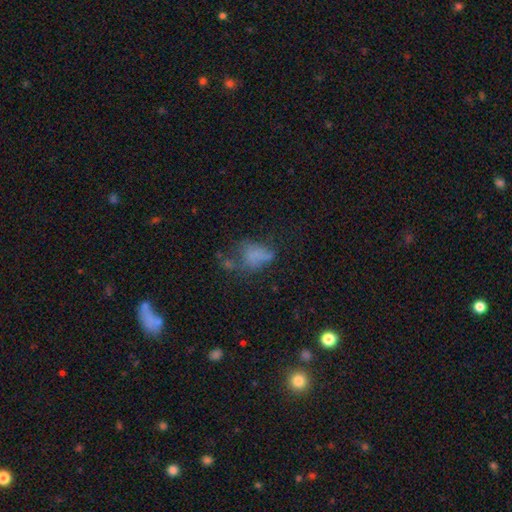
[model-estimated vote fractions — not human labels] Smooth or featured?
  - smooth: 52% *
  - featured or disk: 29%
  - star or artifact: 19%
How rounded?
  - in between: 77% *
  - round: 20%
  - cigar-shaped: 3%
Merging?
  - major disturbance: 33% *
  - none: 32%
  - minor disturbance: 24%
  - merger: 10%